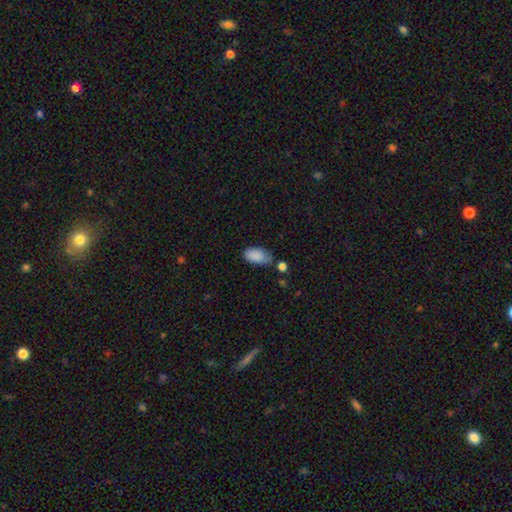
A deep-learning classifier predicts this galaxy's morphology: type=smooth (88%); roundness=in between (93%); merging=none (60%).